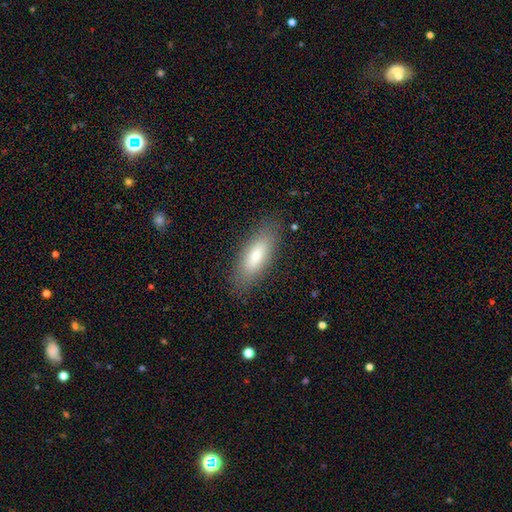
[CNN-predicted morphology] A smooth galaxy with no disk features (78%) that is in between round and cigar-shaped (64%). Merging: none (86%).